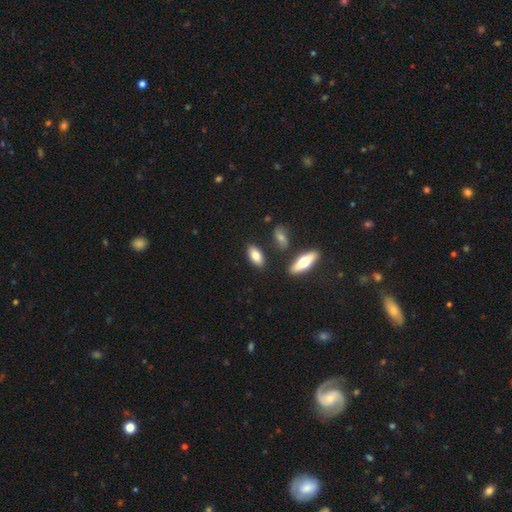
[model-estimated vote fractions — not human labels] This is likely a smooth galaxy (79%). How rounded: clearly in between (86%). Merging: clearly none (82%).